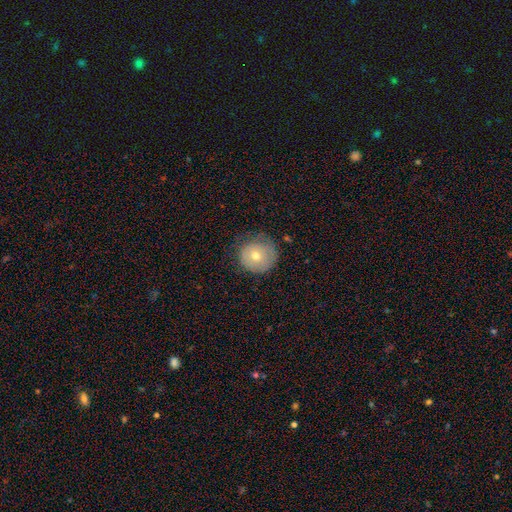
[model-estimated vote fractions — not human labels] Smooth or featured? smooth (63%)
How rounded? round (89%)
Merging? none (67%)